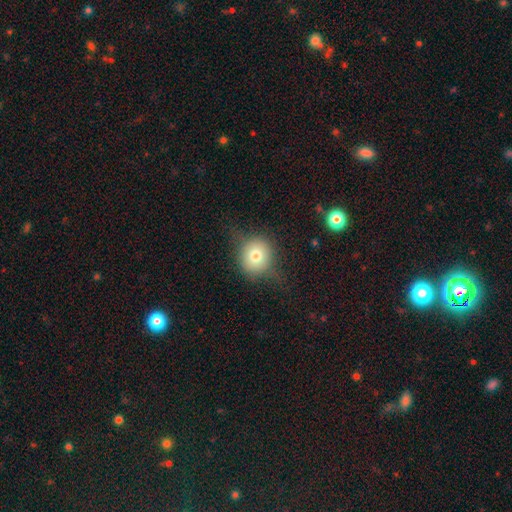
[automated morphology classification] smooth_or_featured: smooth (p=0.71) [alt: featured or disk p=0.18]
how_rounded: round (p=0.86) [alt: in between p=0.13]
merging: none (p=0.67) [alt: minor disturbance p=0.21]